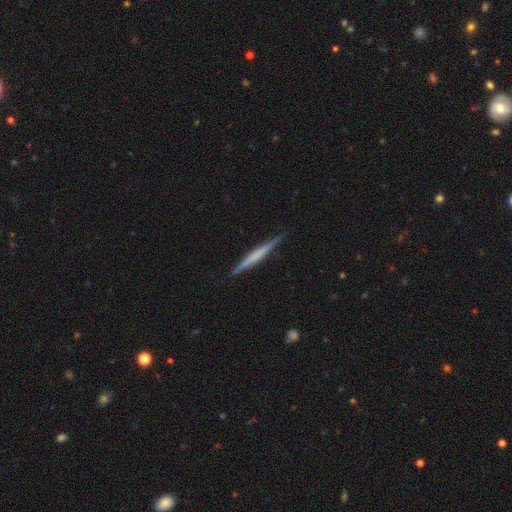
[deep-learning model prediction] This appears to be a featured or disk galaxy (58%) viewed edge-on (98%) with no central bulge (65%). Merging: none (89%).